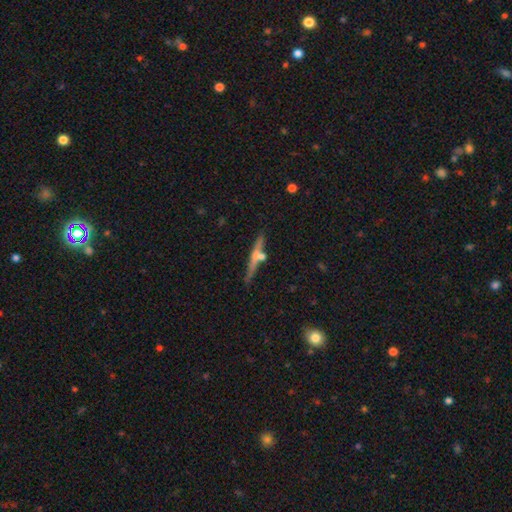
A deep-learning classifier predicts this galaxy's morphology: Q: Smooth or featured?
A: featured or disk (54%); runner-up: smooth (38%)
Q: Edge-on disk?
A: yes (95%); runner-up: no (5%)
Q: Edge-on bulge?
A: rounded (64%); runner-up: none (30%)
Q: Merging?
A: none (74%); runner-up: minor disturbance (12%)